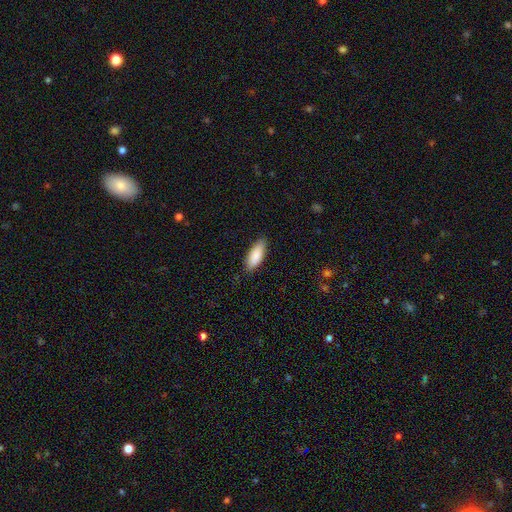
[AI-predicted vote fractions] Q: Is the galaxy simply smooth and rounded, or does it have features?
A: smooth — 88%.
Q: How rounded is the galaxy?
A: in between — 73%.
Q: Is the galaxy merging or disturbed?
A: none — 85%.